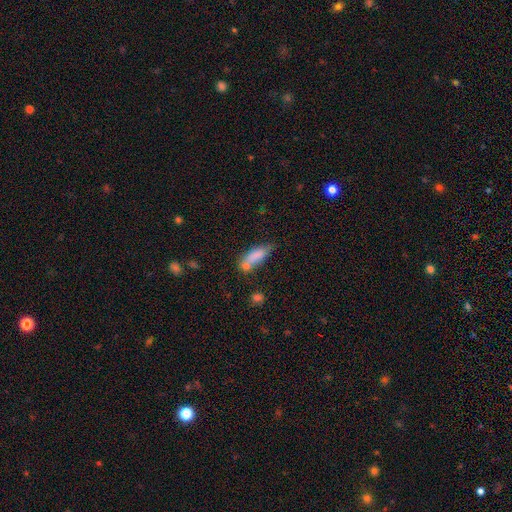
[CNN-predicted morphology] type=smooth (77%); roundness=in between (60%); merging=none (39%).